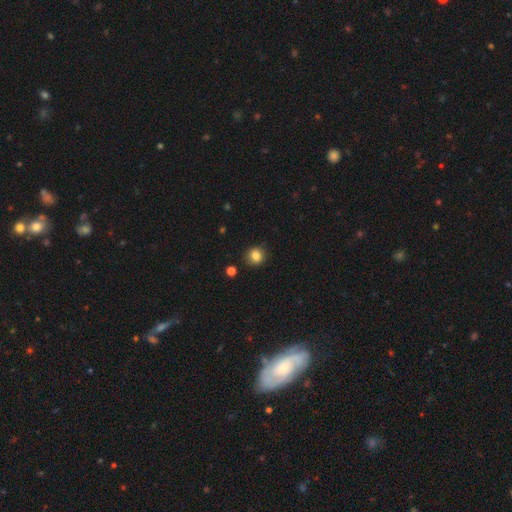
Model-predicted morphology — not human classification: Smooth or featured? smooth (83%)
How rounded? round (84%)
Merging? none (86%)